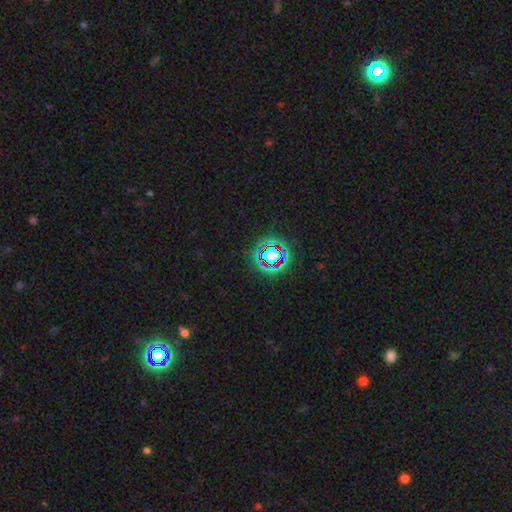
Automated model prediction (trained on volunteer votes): This appears to be a star or artifact, not a galaxy (79%).